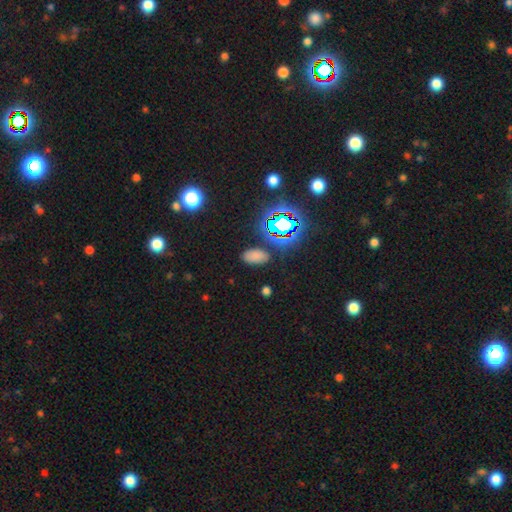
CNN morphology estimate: Smooth or featured?
  - smooth: 65% *
  - star or artifact: 28%
  - featured or disk: 8%
How rounded?
  - in between: 92% *
  - round: 5%
  - cigar-shaped: 2%
Merging?
  - none: 83% *
  - minor disturbance: 11%
  - major disturbance: 3%
  - merger: 2%